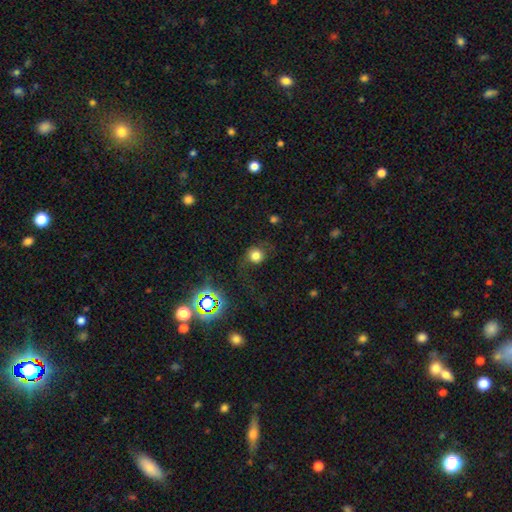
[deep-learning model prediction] This appears to be a smooth galaxy with no disk features (71%) that is round (88%). Merging: none (65%).